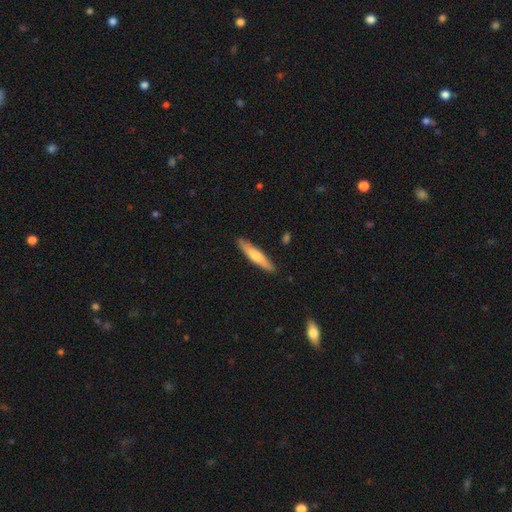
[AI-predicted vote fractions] Overall: smooth (57%; featured or disk 38%). How rounded: cigar-shaped (88%). Merging: none (88%).